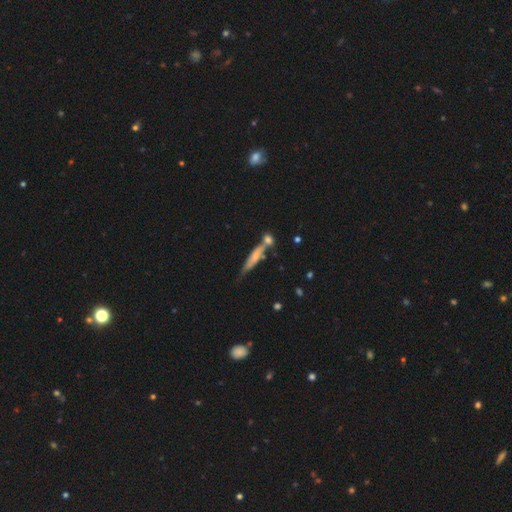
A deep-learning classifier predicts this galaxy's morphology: type=smooth (53%); roundness=cigar-shaped (84%); merging=none (42%).